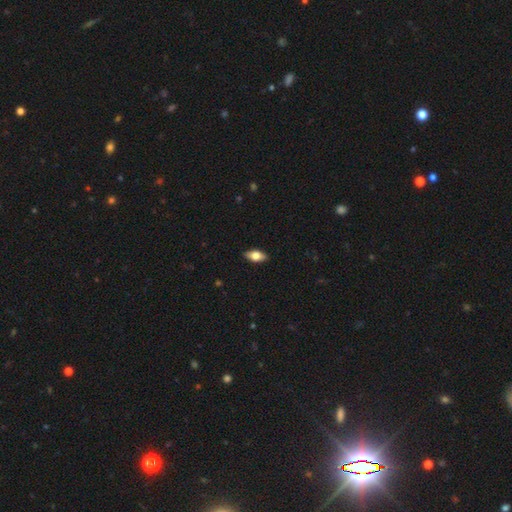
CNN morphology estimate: A smooth galaxy with no disk features (69%) that is in between round and cigar-shaped (87%). Merging: none (88%).